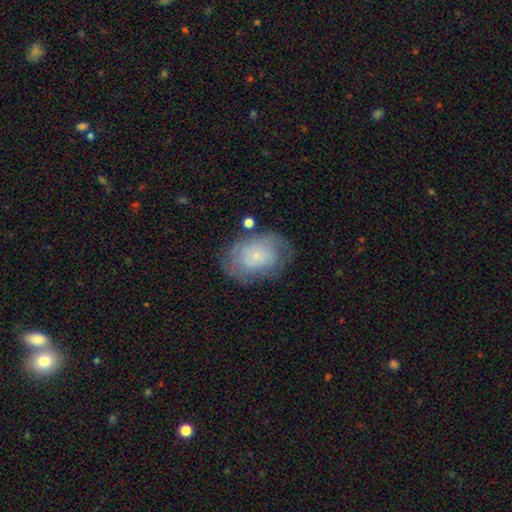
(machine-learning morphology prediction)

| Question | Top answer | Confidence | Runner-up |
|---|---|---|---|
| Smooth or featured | smooth | 49% | featured or disk (43%) |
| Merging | none | 62% | minor disturbance (23%) |